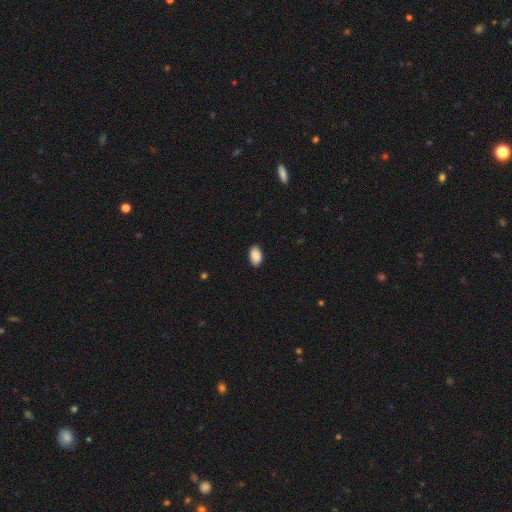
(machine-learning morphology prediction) Smooth or featured?
  - smooth: 91% *
  - star or artifact: 7%
  - featured or disk: 3%
How rounded?
  - in between: 93% *
  - round: 5%
  - cigar-shaped: 1%
Merging?
  - none: 89% *
  - minor disturbance: 8%
  - major disturbance: 2%
  - merger: 1%